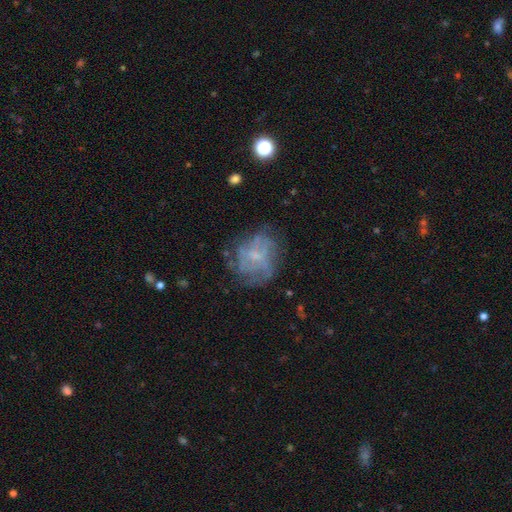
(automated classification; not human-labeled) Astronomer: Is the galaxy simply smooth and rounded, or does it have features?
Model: featured or disk — 61%.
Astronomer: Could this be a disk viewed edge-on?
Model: no — 97%.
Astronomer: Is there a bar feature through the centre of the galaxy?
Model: no — 63%.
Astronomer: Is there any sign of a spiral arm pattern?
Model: yes — 57% (runner-up: no, 43%).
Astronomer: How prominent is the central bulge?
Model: small — 53%.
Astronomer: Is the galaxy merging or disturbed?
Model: none — 59%.